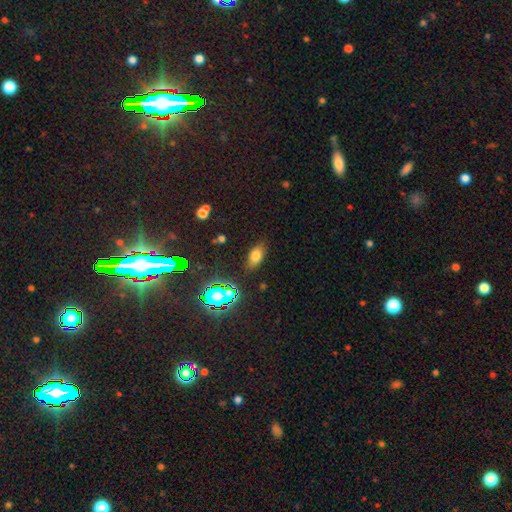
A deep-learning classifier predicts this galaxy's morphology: A smooth galaxy with no disk features (72%) that is in between round and cigar-shaped (86%). Merging: none (83%).